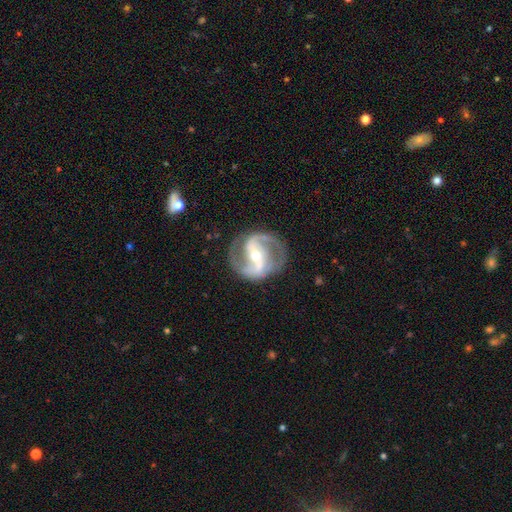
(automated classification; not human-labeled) Overall: featured or disk (90%). Edge-on disk: no (97%). Bar: strong (54%; weak 30%). Spiral arms: yes (96%). Spiral arm count: 2 (91%). Spiral winding: medium (56%; loose 22%). Bulge size: moderate (50%; small 46%). Merging: none (81%).